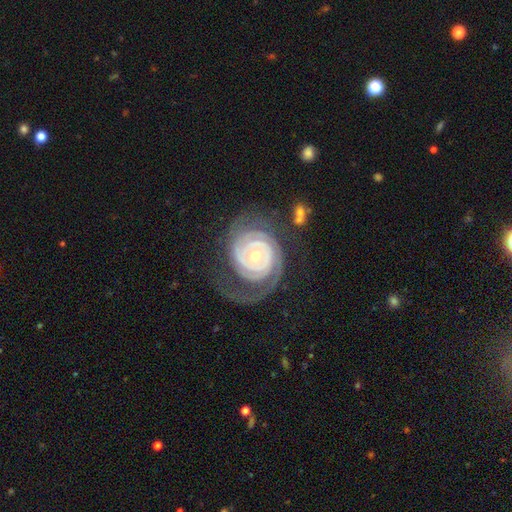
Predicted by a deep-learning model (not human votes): Smooth or featured? featured or disk (91%)
Edge-on disk? no (97%)
Bar? no (63%)
Spiral arms? yes (98%)
Spiral winding? tight (84%)
Spiral arm count? 2 (52%)
Bulge size? moderate (50%)
Merging? none (62%)